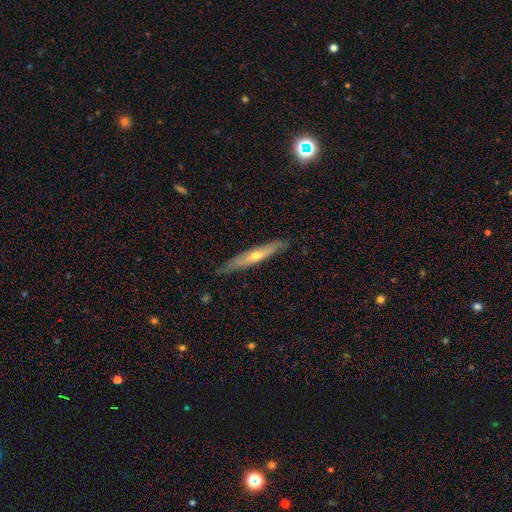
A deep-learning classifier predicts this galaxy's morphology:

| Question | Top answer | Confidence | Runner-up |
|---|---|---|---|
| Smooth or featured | featured or disk | 62% | smooth (32%) |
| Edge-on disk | yes | 86% | no (14%) |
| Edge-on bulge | rounded | 78% | none (20%) |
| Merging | none | 83% | minor disturbance (14%) |